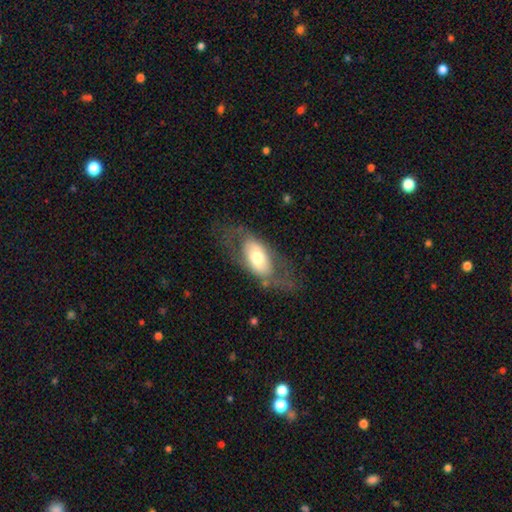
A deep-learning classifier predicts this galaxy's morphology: Q: Smooth or featured?
A: featured or disk (47%); tied with: smooth (47%)
Q: Merging?
A: none (61%); runner-up: minor disturbance (19%)